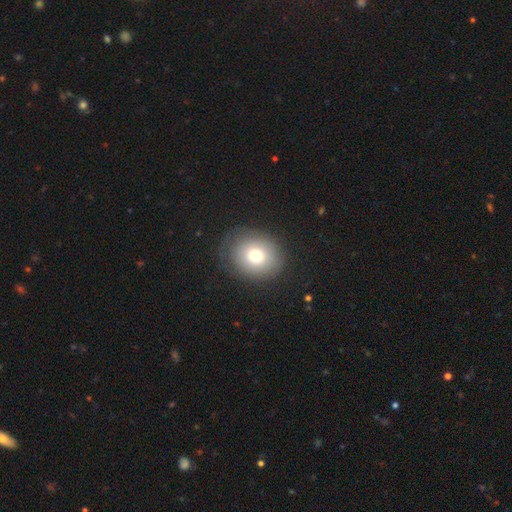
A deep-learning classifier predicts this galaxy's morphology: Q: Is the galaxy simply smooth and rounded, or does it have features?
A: smooth — 75%.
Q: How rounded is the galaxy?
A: round — 63%.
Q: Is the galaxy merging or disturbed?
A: none — 82%.